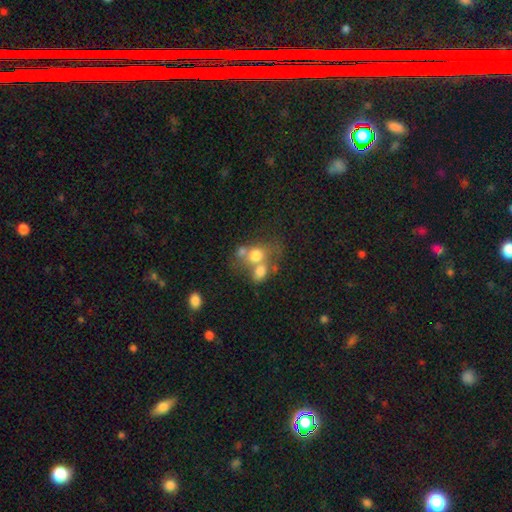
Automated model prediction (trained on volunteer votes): Smooth or featured? Predicted: smooth (p=0.66). How rounded? Predicted: round (p=0.57). Merging? Predicted: merger (p=0.60).